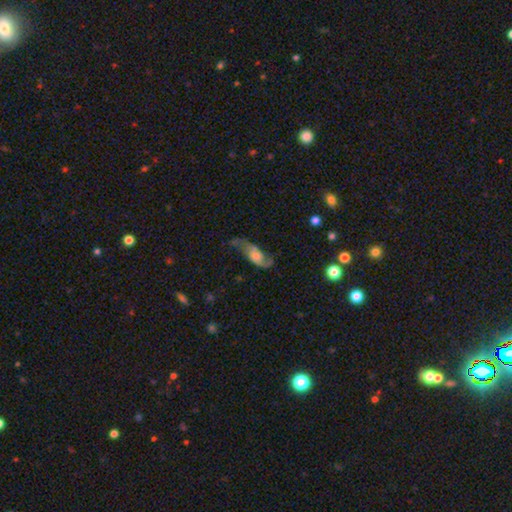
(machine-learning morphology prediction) type=featured or disk (65%); edge-on=no (88%); bar=no (66%); spiral arms=yes (88%); winding=loose (65%); arm count=2 (85%); bulge=moderate (33%); merging=none (47%).